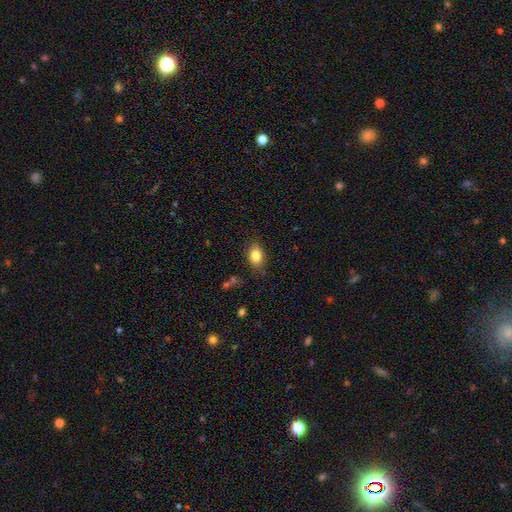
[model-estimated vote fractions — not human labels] Smooth or featured?
  - smooth: 82% *
  - featured or disk: 9%
  - star or artifact: 9%
How rounded?
  - in between: 77% *
  - round: 21%
  - cigar-shaped: 1%
Merging?
  - none: 83% *
  - minor disturbance: 13%
  - major disturbance: 3%
  - merger: 1%